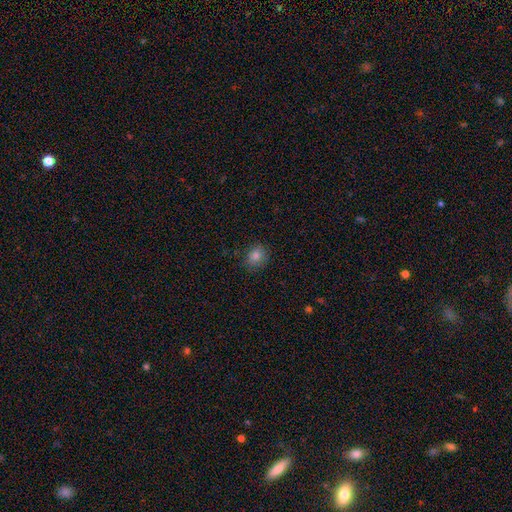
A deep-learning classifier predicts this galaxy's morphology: This is clearly a smooth galaxy (81%). How rounded: possibly round (59%). Merging: clearly none (84%).